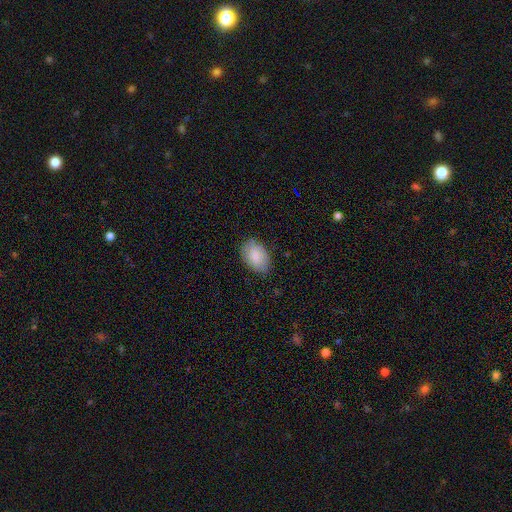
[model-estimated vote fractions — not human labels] Q: Smooth or featured?
A: smooth (77%); runner-up: featured or disk (16%)
Q: How rounded?
A: in between (88%); runner-up: round (11%)
Q: Merging?
A: none (77%); runner-up: minor disturbance (18%)